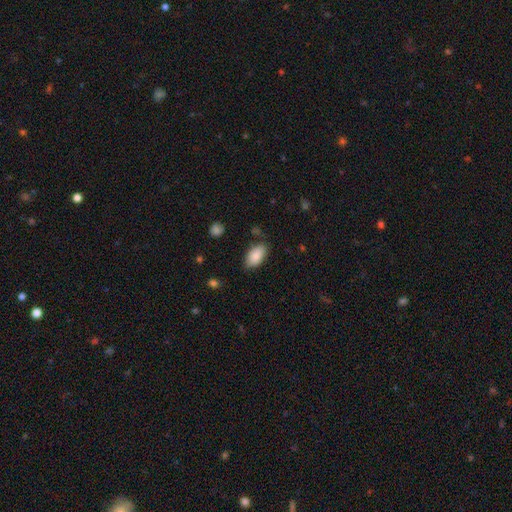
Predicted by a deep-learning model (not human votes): A smooth galaxy with no disk features (86%) that is in between round and cigar-shaped (94%). Merging: none (76%).